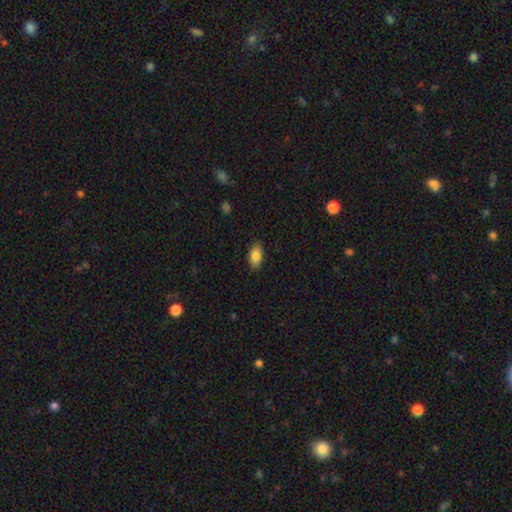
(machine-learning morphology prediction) Smooth or featured? smooth (86%)
How rounded? in between (92%)
Merging? none (86%)